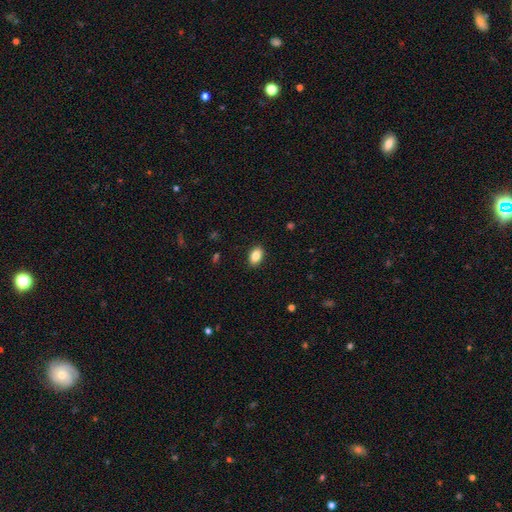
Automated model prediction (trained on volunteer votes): Overall: smooth (86%). How rounded: in between (89%). Merging: none (90%).